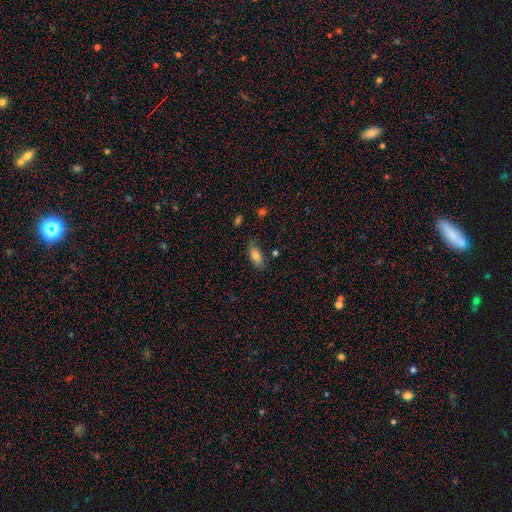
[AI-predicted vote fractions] Smooth or featured? smooth (79%)
How rounded? in between (85%)
Merging? none (77%)